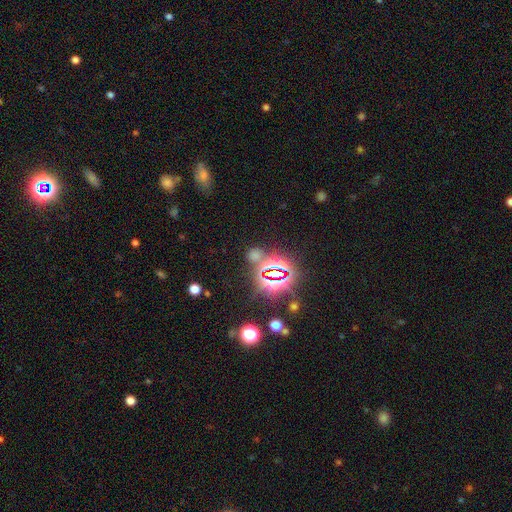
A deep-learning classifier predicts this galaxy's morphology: type=star or artifact (69%).